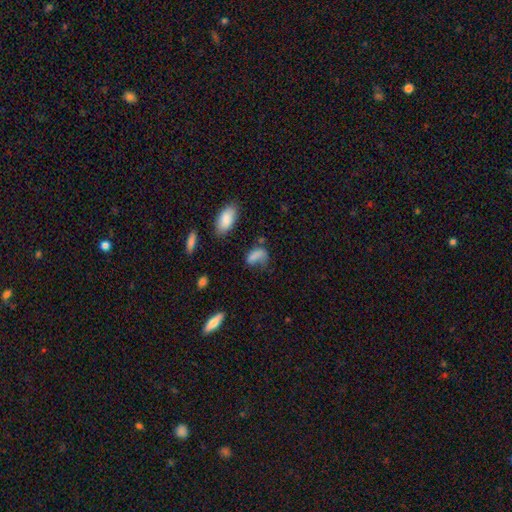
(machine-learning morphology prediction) This appears to be a smooth galaxy with no disk features (73%) that is in between round and cigar-shaped (82%). Merging: none (37%).